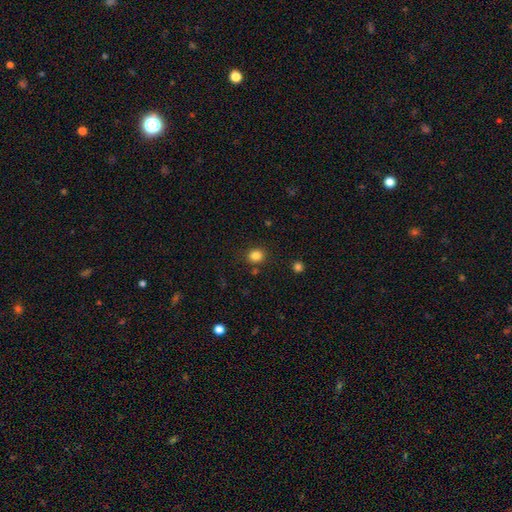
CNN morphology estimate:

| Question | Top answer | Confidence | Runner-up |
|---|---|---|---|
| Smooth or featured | smooth | 84% | star or artifact (12%) |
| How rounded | round | 79% | in between (20%) |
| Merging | none | 86% | minor disturbance (8%) |